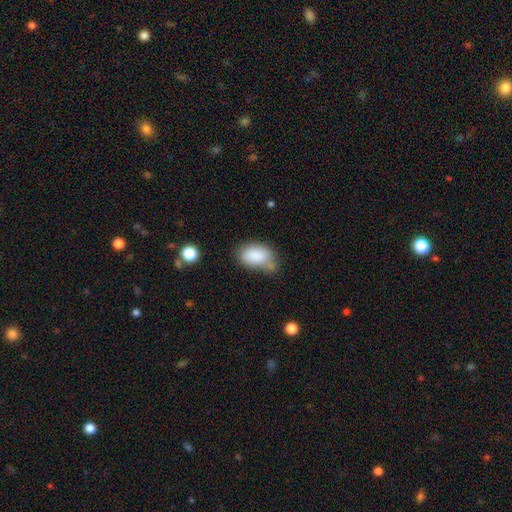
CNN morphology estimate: A smooth galaxy with no disk features (85%) that is in between round and cigar-shaped (91%). Merging: none (47%).